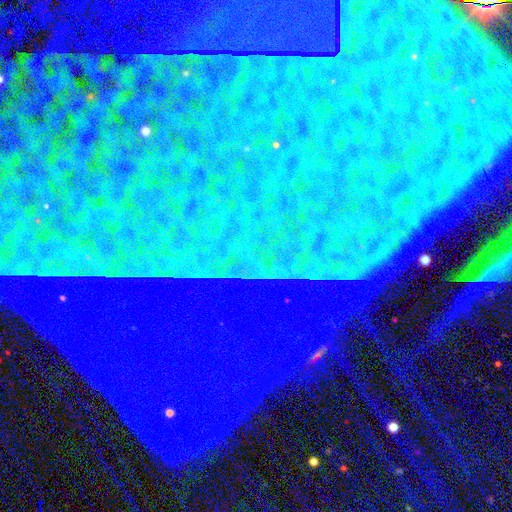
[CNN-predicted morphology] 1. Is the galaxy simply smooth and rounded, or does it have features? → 86% star or artifact, 8% featured or disk, 6% smooth.